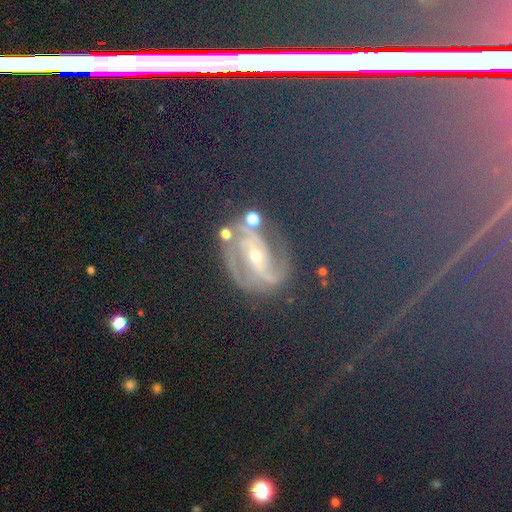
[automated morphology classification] type=star or artifact (45%).